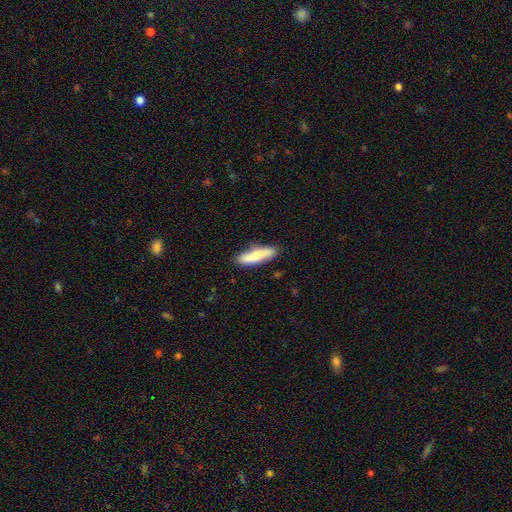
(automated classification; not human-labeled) smooth-or-featured: smooth: 73% | featured or disk: 21% | star or artifact: 6%
  how-rounded: cigar-shaped: 70% | in between: 28% | round: 2%
  merging: none: 83% | minor disturbance: 13% | major disturbance: 2% | merger: 2%